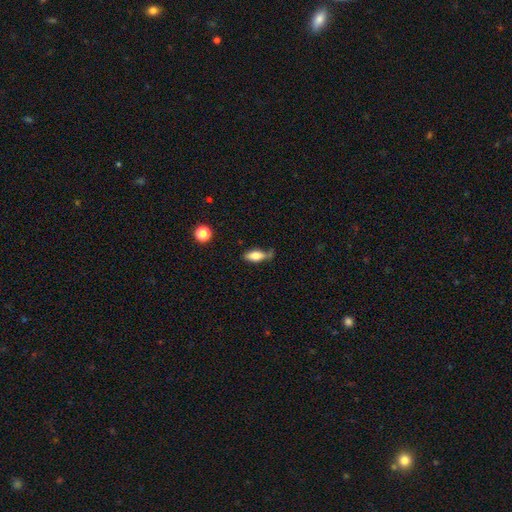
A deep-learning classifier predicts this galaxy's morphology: The model was most divided on "merging": none: 51%, minor disturbance: 30%, major disturbance: 12%, merger: 8%. More confident: how rounded — in between (77%); smooth or featured — smooth (74%).